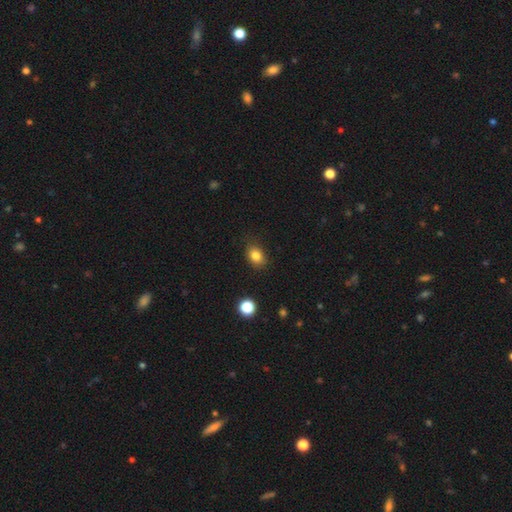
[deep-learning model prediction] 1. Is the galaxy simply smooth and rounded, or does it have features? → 82% smooth, 11% star or artifact, 6% featured or disk.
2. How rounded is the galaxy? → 61% in between, 38% round, 1% cigar-shaped.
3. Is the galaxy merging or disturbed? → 82% none, 13% minor disturbance, 3% major disturbance, 1% merger.